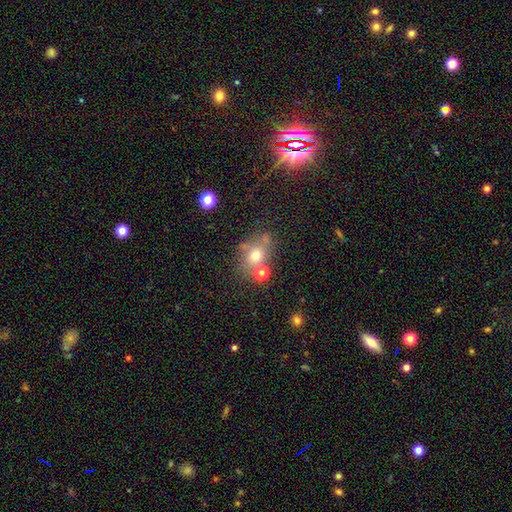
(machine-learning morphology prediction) Smooth or featured: smooth — 66% (featured or disk — 18%)
How rounded: round — 63% (in between — 36%)
Merging: none — 54% (merger — 26%)